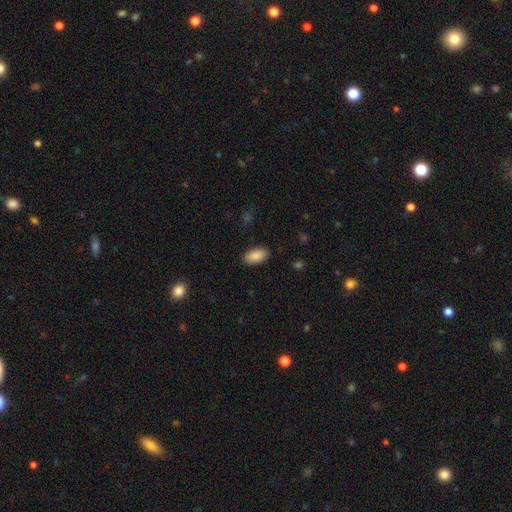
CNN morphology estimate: Q: Smooth or featured?
A: smooth (89%); runner-up: star or artifact (7%)
Q: How rounded?
A: in between (94%); runner-up: cigar-shaped (4%)
Q: Merging?
A: none (88%); runner-up: minor disturbance (8%)